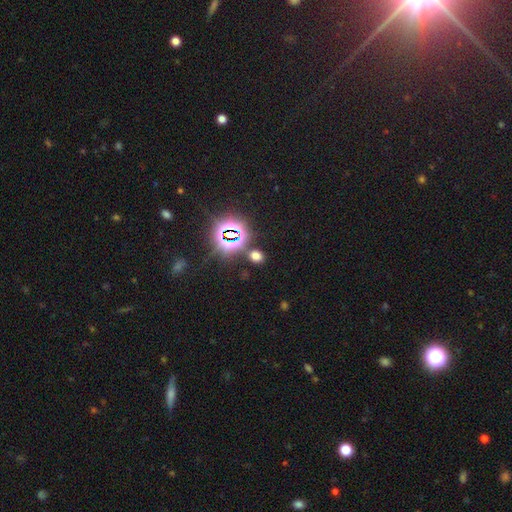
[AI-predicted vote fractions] smooth-or-featured: smooth: 55% | star or artifact: 40% | featured or disk: 6%
  how-rounded: in between: 49% (tied) | round: 49% (tied) | cigar-shaped: 2%
  merging: none: 81% | minor disturbance: 9% | merger: 7% | major disturbance: 4%